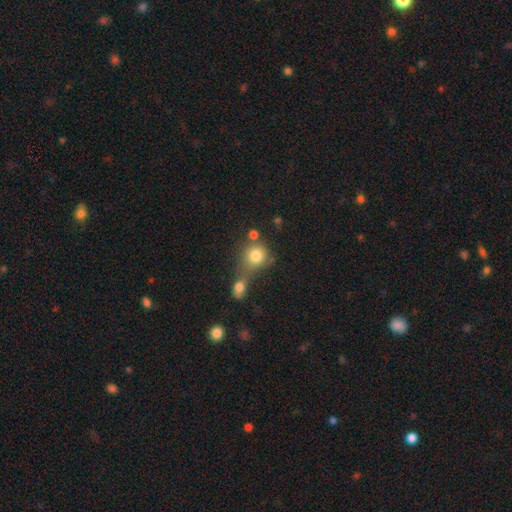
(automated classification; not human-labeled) This appears to be a smooth galaxy with no disk features (79%) that is round (83%). Merging: merger (47%).